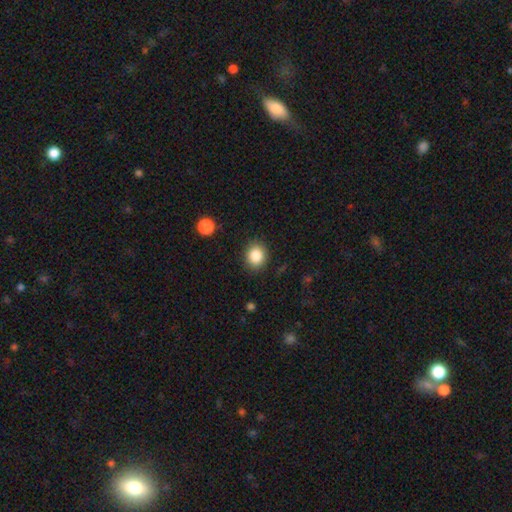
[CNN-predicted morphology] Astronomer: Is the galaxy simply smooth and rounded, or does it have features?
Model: smooth — 85%.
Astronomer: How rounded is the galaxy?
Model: round — 65%.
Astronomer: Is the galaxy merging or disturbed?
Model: none — 88%.